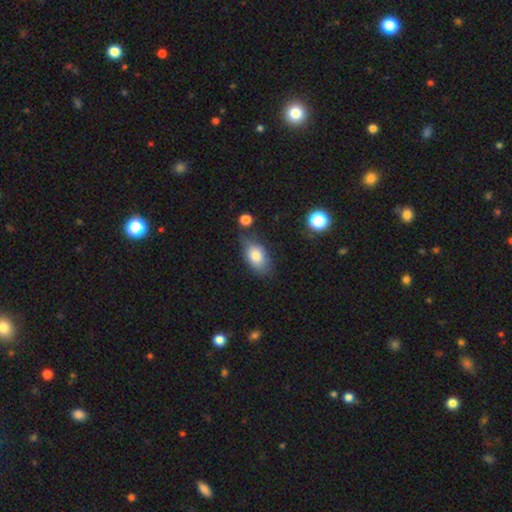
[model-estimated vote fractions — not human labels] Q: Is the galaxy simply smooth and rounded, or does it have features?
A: smooth — 78%.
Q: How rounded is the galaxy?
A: in between — 88%.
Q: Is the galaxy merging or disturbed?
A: none — 59%.